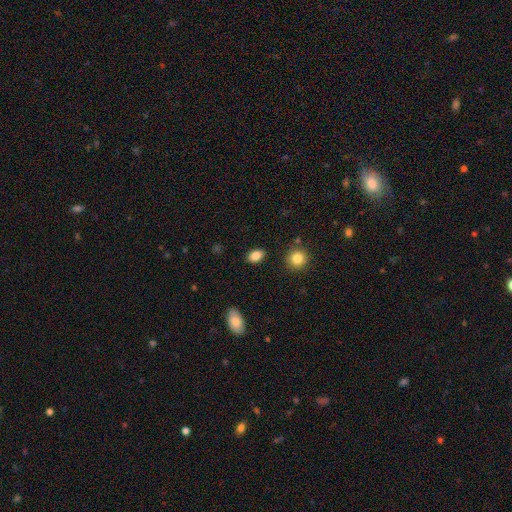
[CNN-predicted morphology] A smooth galaxy with no disk features (85%) that is in between round and cigar-shaped (82%). Merging: none (88%).